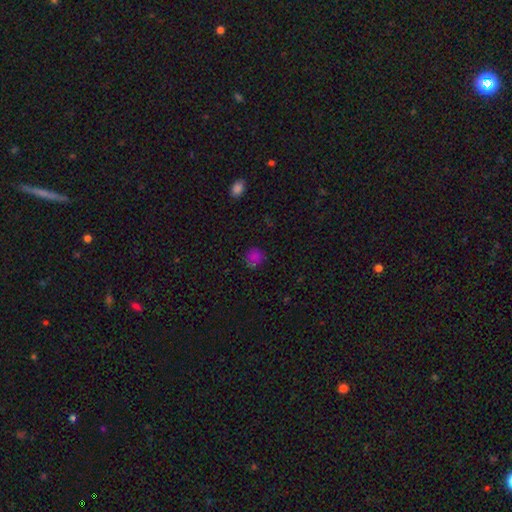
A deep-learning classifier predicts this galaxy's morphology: Q: Smooth or featured?
A: smooth (71%); runner-up: star or artifact (23%)
Q: How rounded?
A: round (89%); runner-up: in between (10%)
Q: Merging?
A: none (80%); runner-up: minor disturbance (13%)